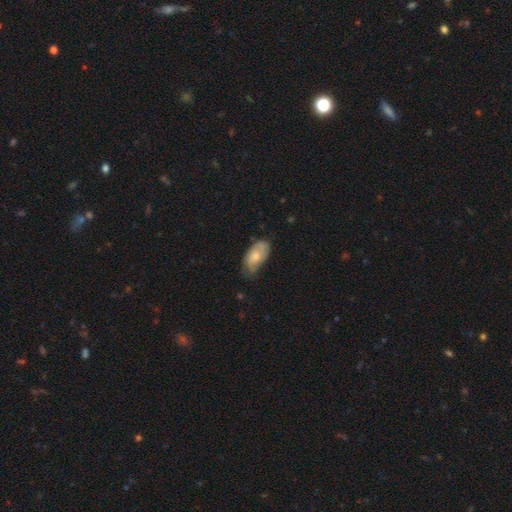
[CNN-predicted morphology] This is possibly a smooth galaxy (55%). How rounded: clearly in between (92%). Merging: possibly none (56%).